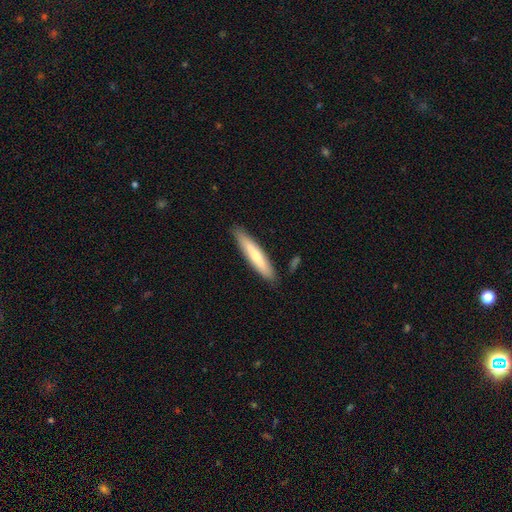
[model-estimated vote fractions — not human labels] Q: Smooth or featured?
A: smooth (61%); runner-up: featured or disk (34%)
Q: How rounded?
A: cigar-shaped (88%); runner-up: in between (11%)
Q: Merging?
A: none (87%); runner-up: minor disturbance (10%)